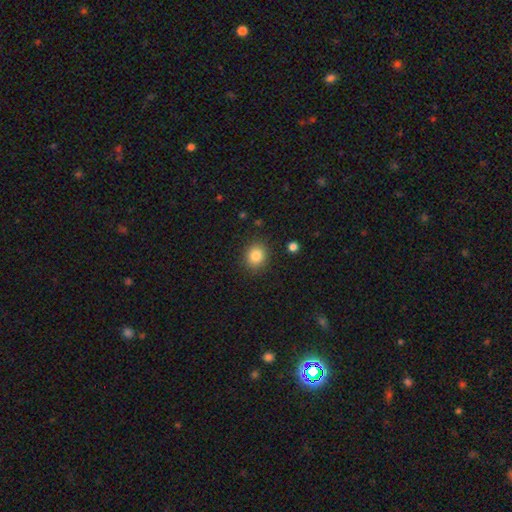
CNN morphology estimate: This is clearly a smooth galaxy (84%). How rounded: likely round (71%). Merging: clearly none (88%).